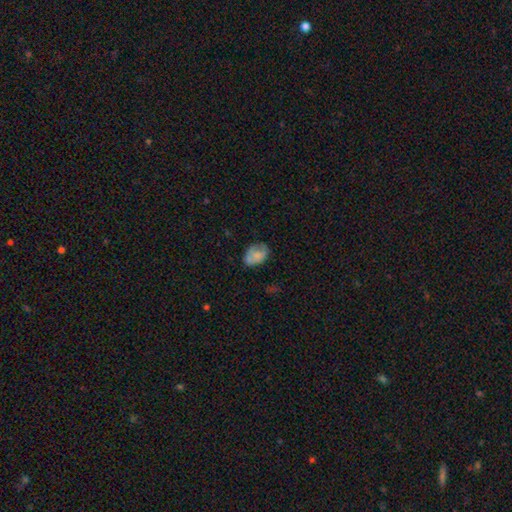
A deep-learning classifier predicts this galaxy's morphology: Smooth or featured? Predicted: smooth (p=0.70). How rounded? Predicted: in between (p=0.81). Merging? Predicted: none (p=0.54).